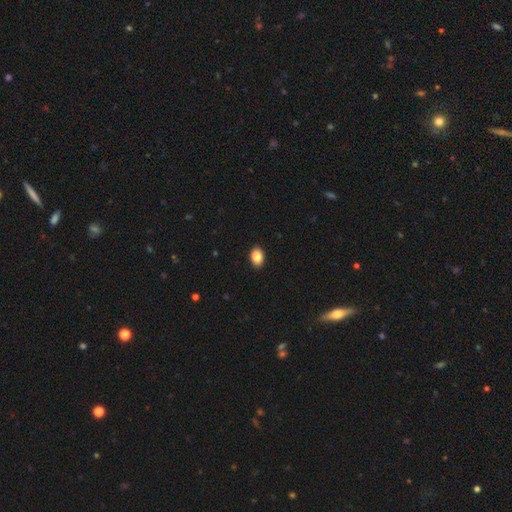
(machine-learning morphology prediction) Overall: smooth (86%). How rounded: in between (83%). Merging: none (91%).